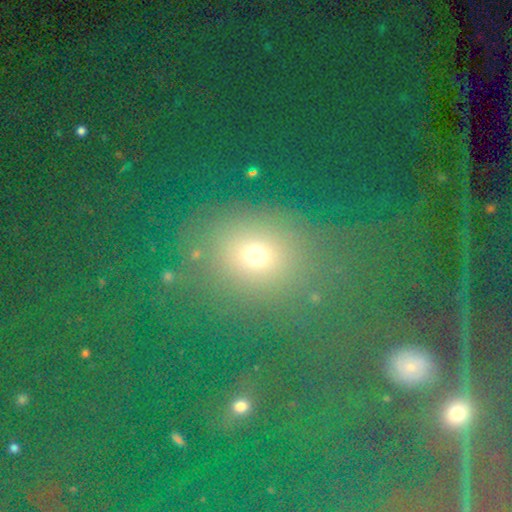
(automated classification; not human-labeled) smooth_or_featured: smooth (p=0.54) [alt: star or artifact p=0.34]
how_rounded: round (p=0.60) [alt: in between p=0.36]
merging: none (p=0.69) [alt: minor disturbance p=0.13]